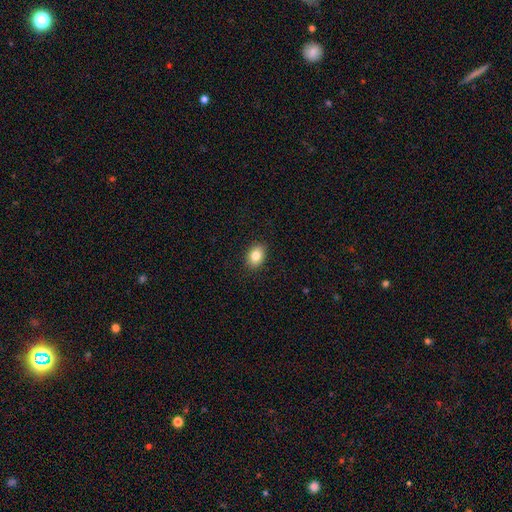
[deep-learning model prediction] smooth_or_featured: smooth (p=0.83) [alt: star or artifact p=0.09]
how_rounded: in between (p=0.72) [alt: round p=0.27]
merging: none (p=0.90) [alt: minor disturbance p=0.07]